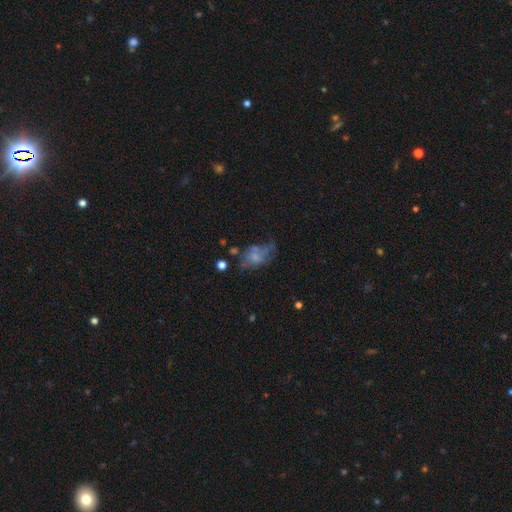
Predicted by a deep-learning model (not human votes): Smooth or featured: smooth — 45% (featured or disk — 42%)
Merging: major disturbance — 32% (none — 30%)